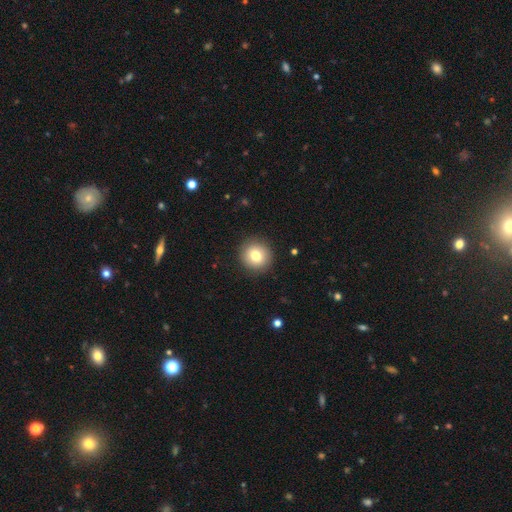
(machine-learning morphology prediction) Overall: smooth (78%). How rounded: round (93%). Merging: none (91%).